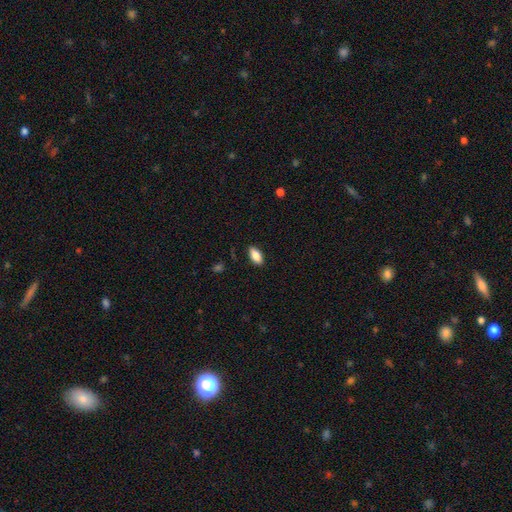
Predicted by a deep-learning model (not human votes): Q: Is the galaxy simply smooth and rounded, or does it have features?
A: smooth — 86%.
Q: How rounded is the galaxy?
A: in between — 90%.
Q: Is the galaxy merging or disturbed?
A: none — 87%.